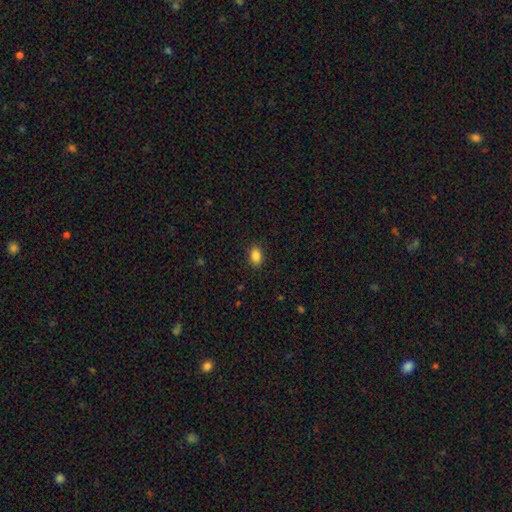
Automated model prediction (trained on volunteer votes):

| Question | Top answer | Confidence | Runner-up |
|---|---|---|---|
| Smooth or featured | smooth | 87% | star or artifact (9%) |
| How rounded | in between | 81% | round (17%) |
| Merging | none | 88% | minor disturbance (9%) |